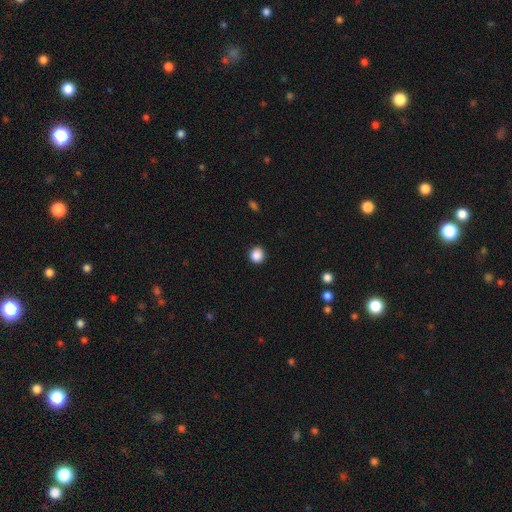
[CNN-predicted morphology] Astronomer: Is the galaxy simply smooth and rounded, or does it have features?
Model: smooth — 88%.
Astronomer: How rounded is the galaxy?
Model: round — 92%.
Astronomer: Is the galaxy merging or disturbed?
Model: none — 92%.